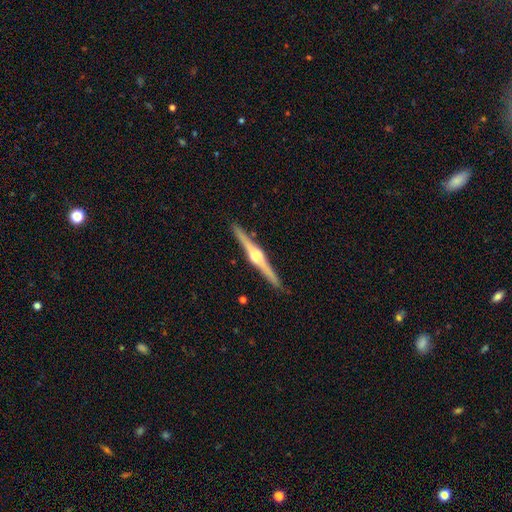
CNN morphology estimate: type=featured or disk (85%); edge-on=yes (99%); edge-on bulge=rounded (93%); merging=none (92%).